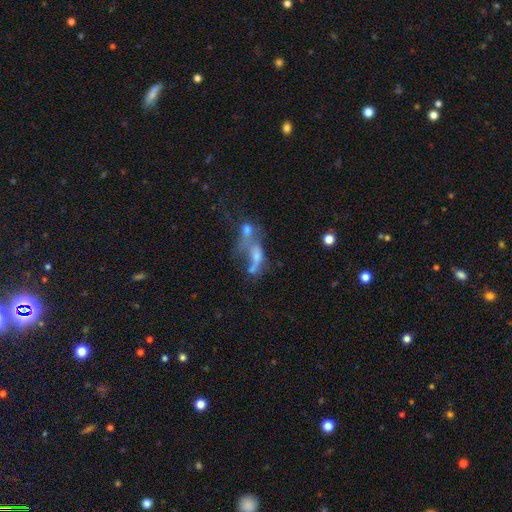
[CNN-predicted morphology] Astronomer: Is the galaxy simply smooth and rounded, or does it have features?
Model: featured or disk — 43% (runner-up: smooth, 34%).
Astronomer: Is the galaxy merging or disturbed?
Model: merger — 53%.